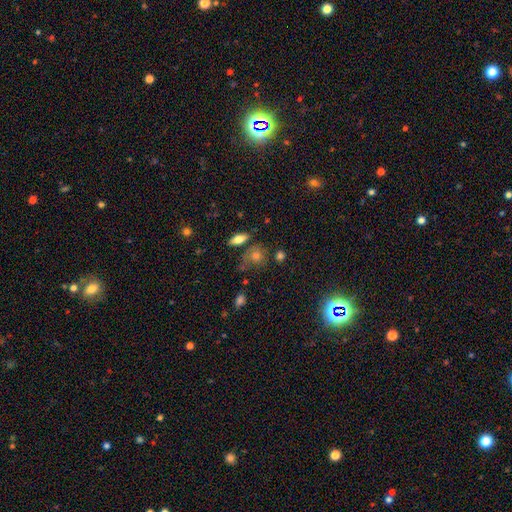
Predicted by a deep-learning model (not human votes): Overall: smooth (60%; star or artifact 24%). How rounded: round (51%; in between 43%). Merging: none (66%).